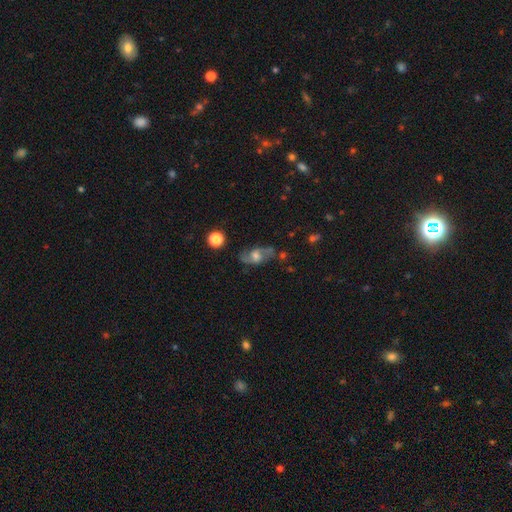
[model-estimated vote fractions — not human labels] Smooth or featured?
  - featured or disk: 63% *
  - smooth: 26%
  - star or artifact: 11%
Edge-on disk?
  - no: 91% *
  - yes: 9%
Bar?
  - no: 50% *
  - weak: 41%
  - strong: 9%
Spiral arms?
  - yes: 83% *
  - no: 17%
Bulge size?
  - moderate: 52% *
  - small: 21%
  - large: 19%
  - none: 6%
  - dominant: 2%
Merging?
  - none: 66% *
  - minor disturbance: 20%
  - major disturbance: 9%
  - merger: 5%